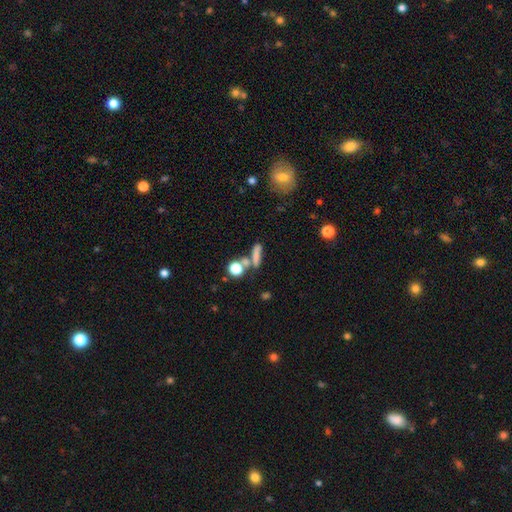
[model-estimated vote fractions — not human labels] A smooth galaxy with no disk features (71%) that is cigar-shaped (59%). Merging: none (53%).